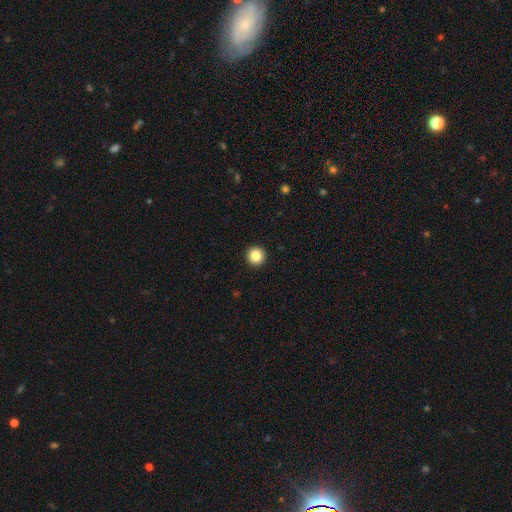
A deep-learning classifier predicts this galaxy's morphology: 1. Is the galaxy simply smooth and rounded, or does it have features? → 85% smooth, 10% star or artifact, 6% featured or disk.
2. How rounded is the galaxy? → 97% round, 2% in between, 1% cigar-shaped.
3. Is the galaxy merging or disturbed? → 94% none, 3% minor disturbance, 1% major disturbance, 1% merger.